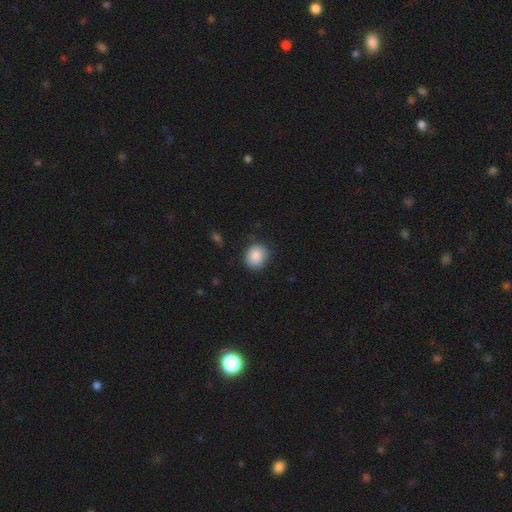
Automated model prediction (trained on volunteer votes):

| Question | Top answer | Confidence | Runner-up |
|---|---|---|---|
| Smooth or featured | smooth | 87% | star or artifact (8%) |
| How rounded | round | 75% | in between (24%) |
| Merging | none | 79% | minor disturbance (16%) |